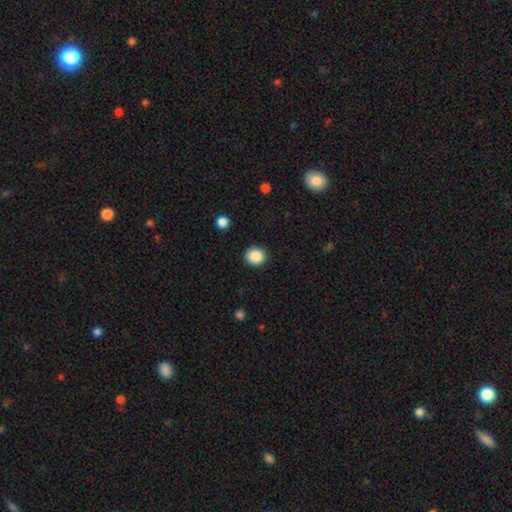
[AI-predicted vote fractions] Q: Smooth or featured?
A: smooth (88%); runner-up: star or artifact (9%)
Q: How rounded?
A: round (86%); runner-up: in between (13%)
Q: Merging?
A: none (90%); runner-up: minor disturbance (6%)